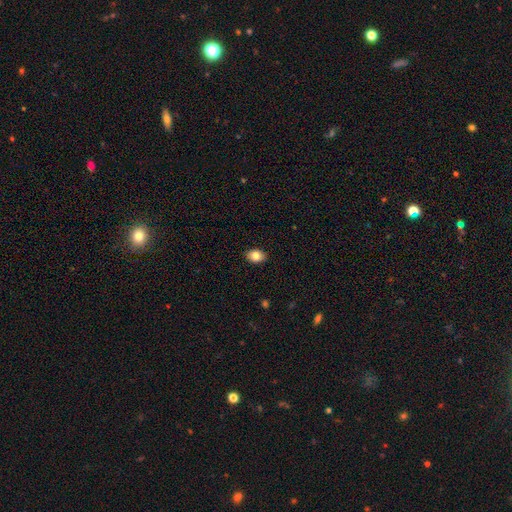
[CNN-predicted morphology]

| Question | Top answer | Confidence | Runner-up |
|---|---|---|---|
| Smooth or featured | smooth | 83% | featured or disk (9%) |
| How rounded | in between | 79% | round (20%) |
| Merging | none | 89% | minor disturbance (8%) |